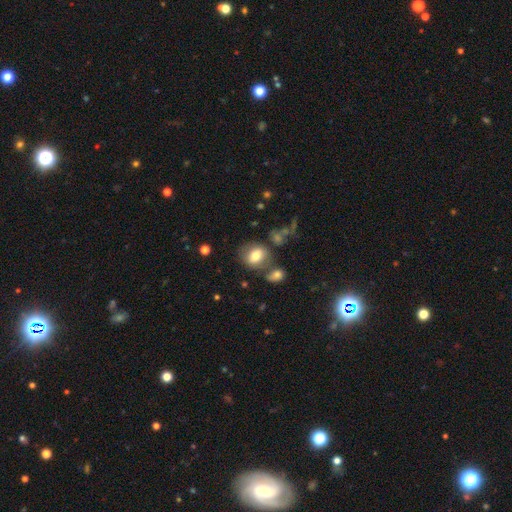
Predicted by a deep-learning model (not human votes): A smooth galaxy with no disk features (72%) that is round (53%). Merging: none (61%).